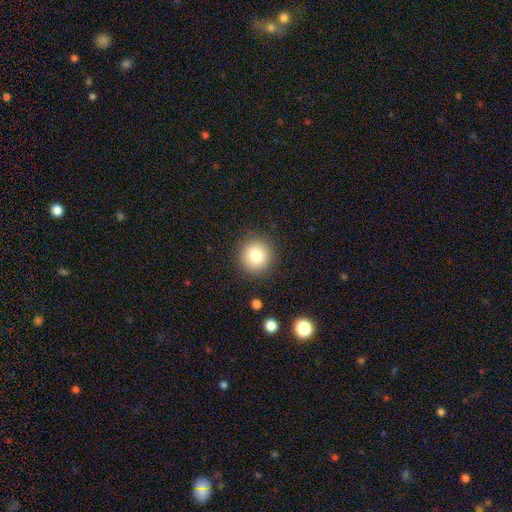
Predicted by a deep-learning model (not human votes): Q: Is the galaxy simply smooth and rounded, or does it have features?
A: smooth — 79%.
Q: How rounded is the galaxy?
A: round — 93%.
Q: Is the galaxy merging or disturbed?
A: none — 89%.